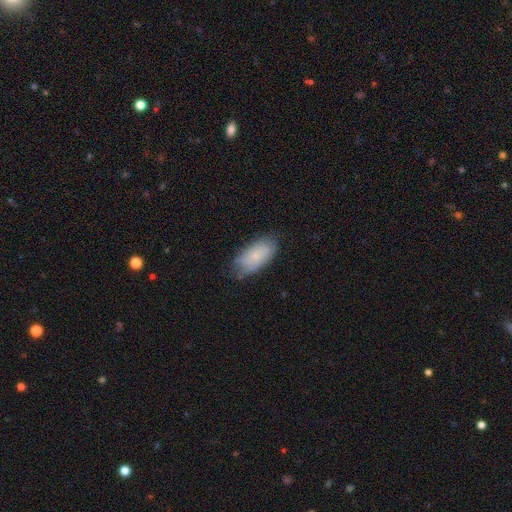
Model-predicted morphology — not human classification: A smooth galaxy with no disk features (73%) that is in between round and cigar-shaped (92%).

Vote fractions:
- Smooth or featured? smooth: 73% / featured or disk: 21% / star or artifact: 7%
- How rounded? in between: 92% / cigar-shaped: 5% / round: 3%
- Merging? none: 69% / minor disturbance: 24% / major disturbance: 5% / merger: 1%